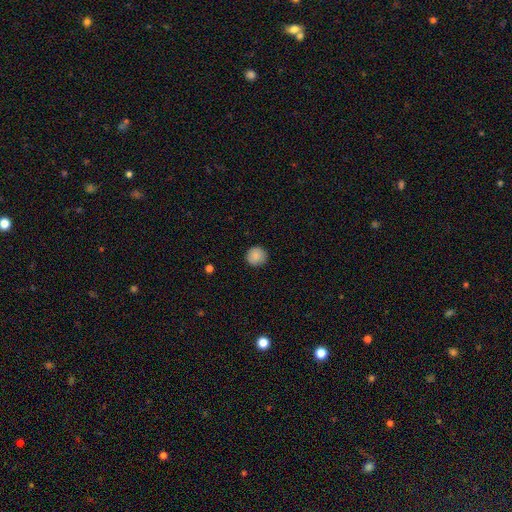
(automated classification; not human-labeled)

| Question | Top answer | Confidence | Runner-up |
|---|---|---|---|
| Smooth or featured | smooth | 88% | star or artifact (8%) |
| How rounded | round | 94% | in between (5%) |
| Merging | none | 90% | minor disturbance (7%) |